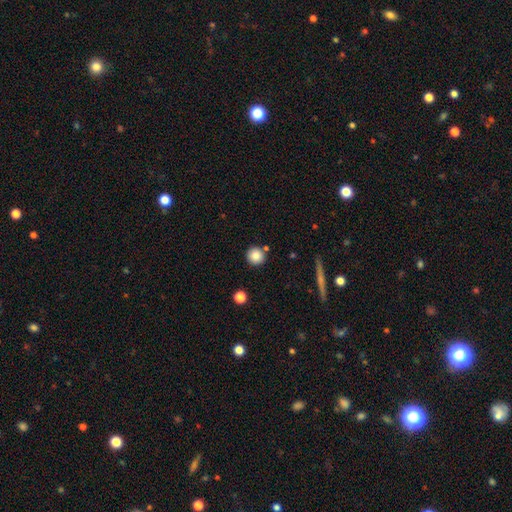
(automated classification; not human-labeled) Smooth or featured?
  - smooth: 85% *
  - star or artifact: 9%
  - featured or disk: 5%
How rounded?
  - round: 95% *
  - in between: 4%
  - cigar-shaped: 1%
Merging?
  - none: 85% *
  - minor disturbance: 8%
  - merger: 5%
  - major disturbance: 2%